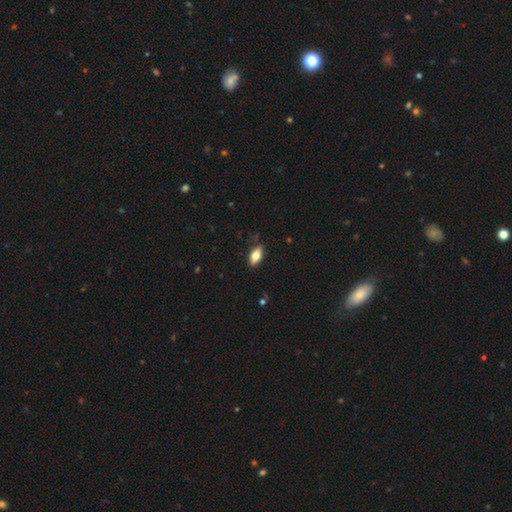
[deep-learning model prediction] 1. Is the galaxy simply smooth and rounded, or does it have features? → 72% smooth, 21% featured or disk, 7% star or artifact.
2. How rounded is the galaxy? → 87% in between, 10% cigar-shaped, 3% round.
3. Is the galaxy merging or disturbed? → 84% none, 12% minor disturbance, 2% major disturbance, 1% merger.